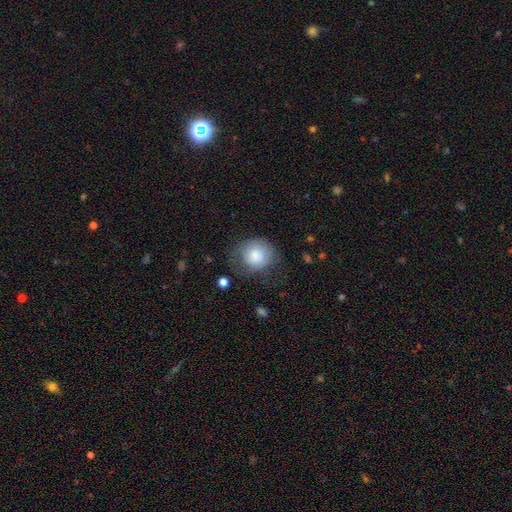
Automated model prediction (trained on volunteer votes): Q: Smooth or featured?
A: smooth (78%); runner-up: featured or disk (14%)
Q: How rounded?
A: round (81%); runner-up: in between (18%)
Q: Merging?
A: none (57%); runner-up: minor disturbance (25%)